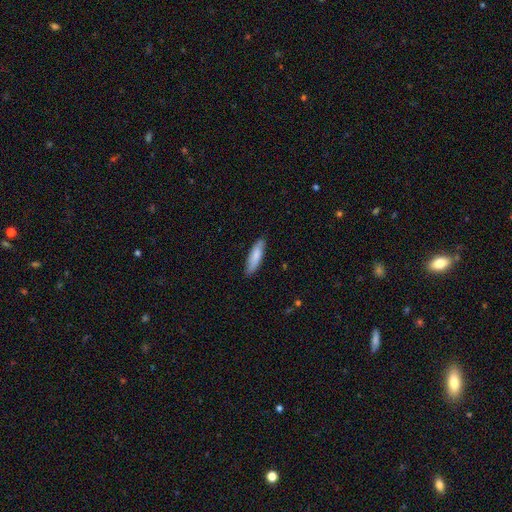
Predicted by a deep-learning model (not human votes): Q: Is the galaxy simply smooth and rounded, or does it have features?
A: smooth — 80%.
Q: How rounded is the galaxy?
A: cigar-shaped — 63%.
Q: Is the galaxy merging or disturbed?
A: none — 85%.